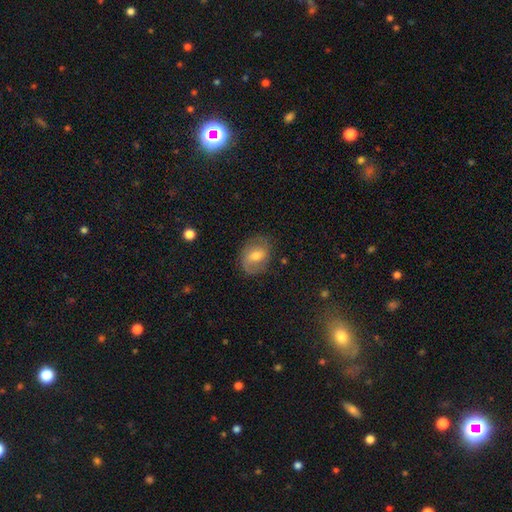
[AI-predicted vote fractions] Smooth or featured? Predicted: featured or disk (p=0.49). Merging? Predicted: none (p=0.73).